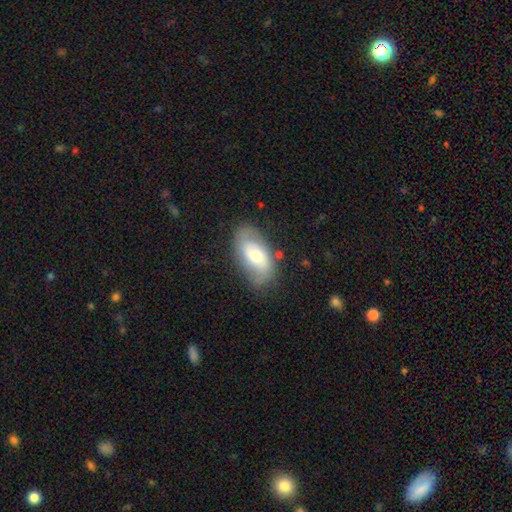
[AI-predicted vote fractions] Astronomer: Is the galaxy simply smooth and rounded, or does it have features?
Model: smooth — 48% (runner-up: featured or disk, 45%).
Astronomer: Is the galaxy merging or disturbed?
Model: none — 72%.